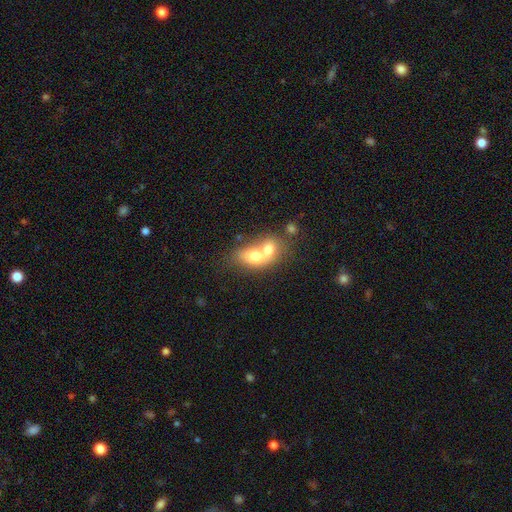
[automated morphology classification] A smooth galaxy with no disk features (67%) that is in between round and cigar-shaped (66%).

Vote fractions:
- Smooth or featured? smooth: 67% / featured or disk: 24% / star or artifact: 9%
- How rounded? in between: 66% / round: 31% / cigar-shaped: 2%
- Merging? merger: 75% / none: 15% / minor disturbance: 5% / major disturbance: 4%